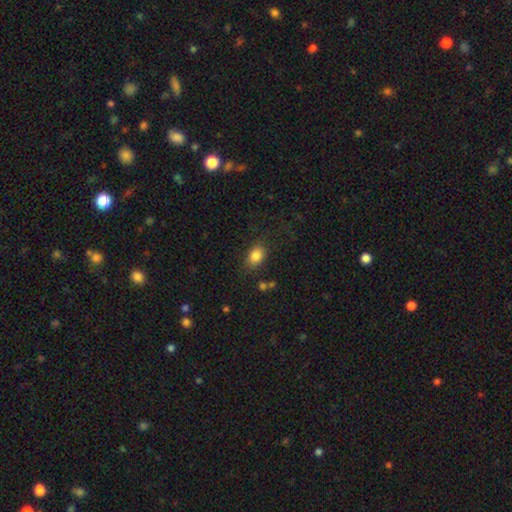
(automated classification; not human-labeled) A smooth galaxy with no disk features (83%) that is in between round and cigar-shaped (74%). Merging: none (77%).